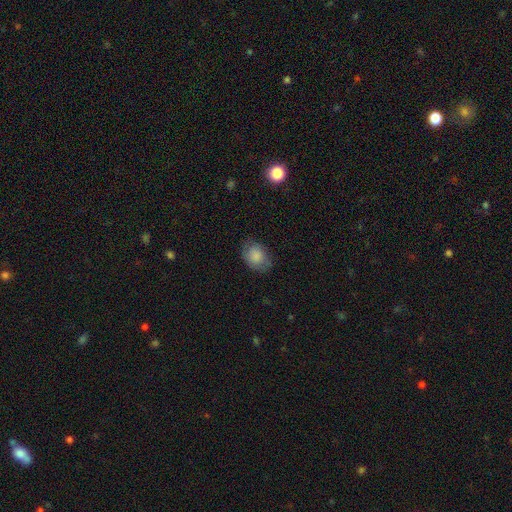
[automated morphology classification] type=smooth (82%); roundness=in between (69%); merging=none (73%).